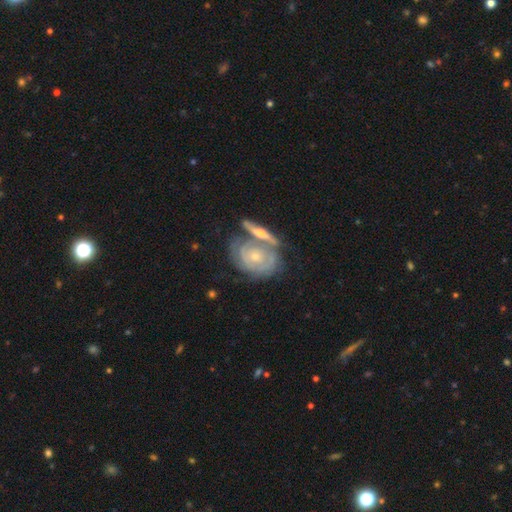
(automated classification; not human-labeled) smooth-or-featured: featured or disk: 78% | smooth: 16% | star or artifact: 6%
  disk-edge-on: no: 90% | yes: 10%
    bar: no: 80% | weak: 15% | strong: 4%
    has-spiral-arms: yes: 80% | no: 20%
      spiral-winding: tight: 76% | medium: 19% | loose: 5%
      spiral-arm-count: can't tell: 50% | 2: 23% | 3: 13% | 4: 6% | 1: 5% | more than 4: 4%
    bulge-size: small: 60% | moderate: 36% | large: 2% | none: 1% | dominant: 1%
  merging: none: 45% | merger: 33% | minor disturbance: 15% | major disturbance: 7%